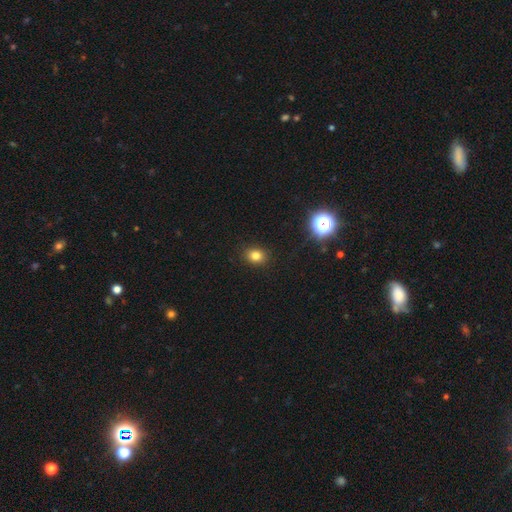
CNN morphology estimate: smooth_or_featured: smooth (p=0.80) [alt: star or artifact p=0.14]
how_rounded: round (p=0.53) [alt: in between p=0.46]
merging: none (p=0.89) [alt: minor disturbance p=0.07]